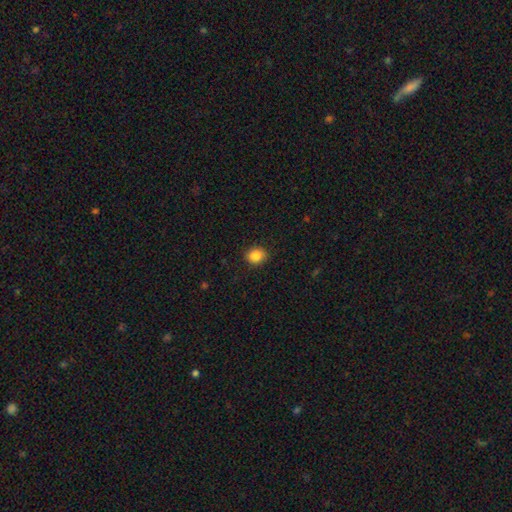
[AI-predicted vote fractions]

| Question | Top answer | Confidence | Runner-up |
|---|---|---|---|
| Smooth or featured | smooth | 86% | star or artifact (10%) |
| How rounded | round | 71% | in between (28%) |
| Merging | none | 87% | minor disturbance (9%) |